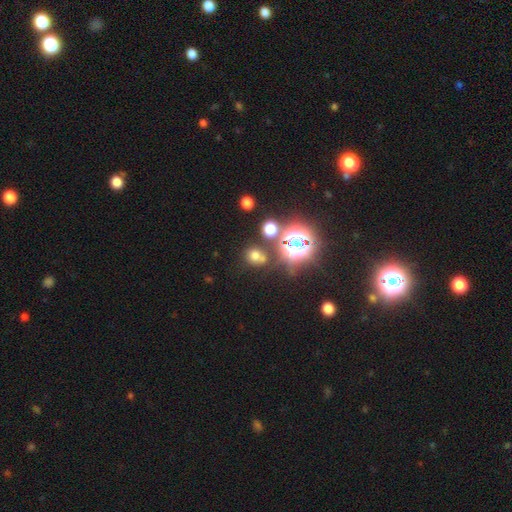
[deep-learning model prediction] This is likely a smooth galaxy (62%). How rounded: likely round (70%). Merging: likely none (64%).